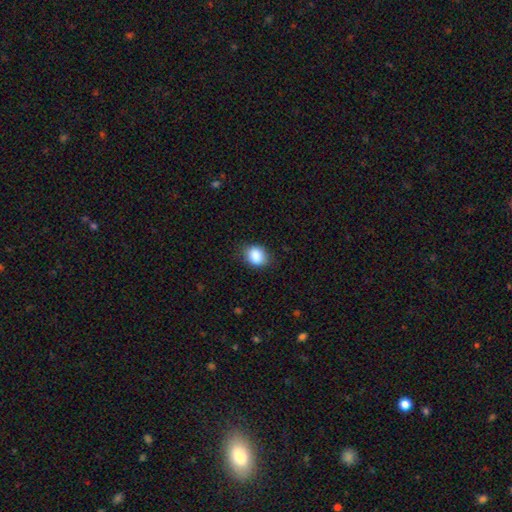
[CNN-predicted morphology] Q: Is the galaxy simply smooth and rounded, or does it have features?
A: smooth — 88%.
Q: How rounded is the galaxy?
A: round — 53%.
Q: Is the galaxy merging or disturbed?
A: none — 80%.